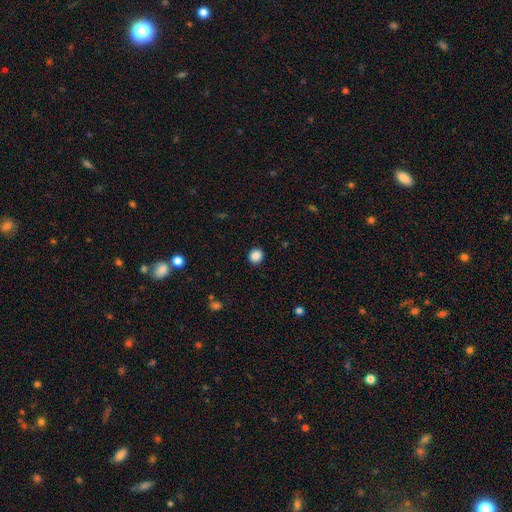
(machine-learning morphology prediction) The model was most divided on "how rounded": round: 87%, in between: 12%, cigar-shaped: 1%. More confident: merging — none (92%); smooth or featured — smooth (87%).